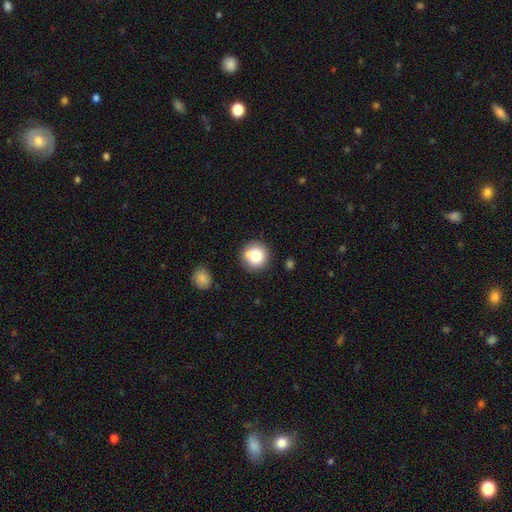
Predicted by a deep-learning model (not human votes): smooth-or-featured: smooth: 81% | star or artifact: 9% | featured or disk: 9%
  how-rounded: round: 93% | in between: 6% | cigar-shaped: 1%
  merging: none: 76% | minor disturbance: 12% | merger: 8% | major disturbance: 3%